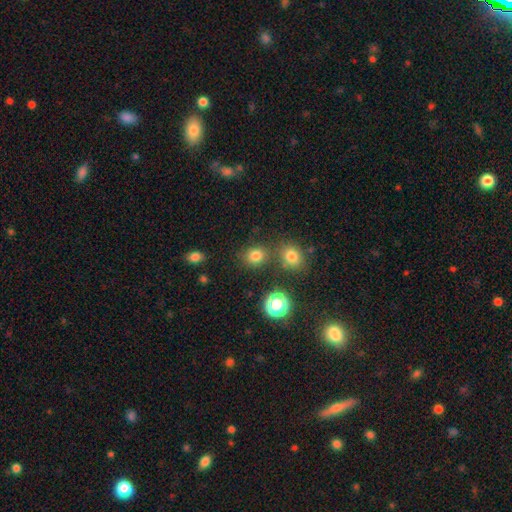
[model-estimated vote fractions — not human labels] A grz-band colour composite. It shows a smooth galaxy with no disk features (76%) that is round (71%). Merging: none (76%).